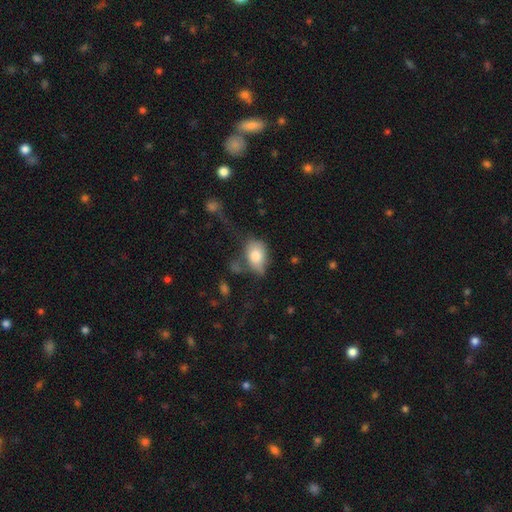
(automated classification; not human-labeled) Overall: smooth (76%). How rounded: in between (83%). Merging: none (35%; minor disturbance 29%).